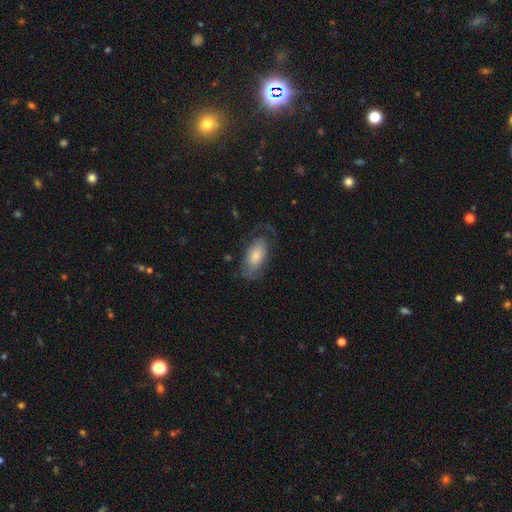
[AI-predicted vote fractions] smooth 59%, featured or disk 35%, star or artifact 6%. Down the decision tree: how rounded — in between (90%); merging — none (52%).